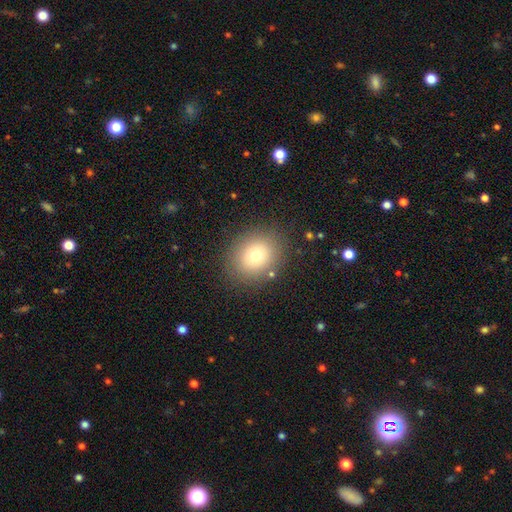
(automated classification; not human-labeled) smooth_or_featured: smooth (p=0.74) [alt: featured or disk p=0.13]
how_rounded: round (p=0.63) [alt: in between p=0.36]
merging: none (p=0.85) [alt: minor disturbance p=0.09]